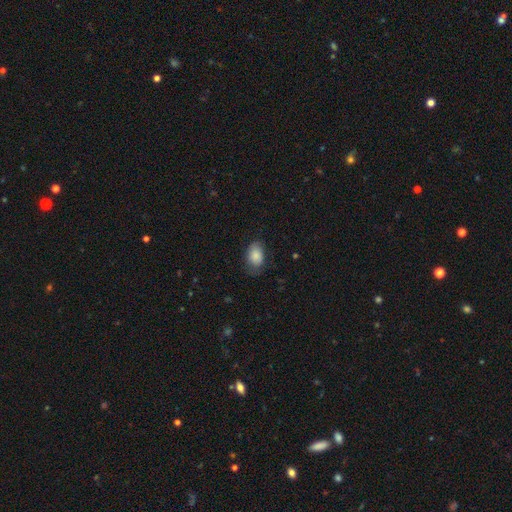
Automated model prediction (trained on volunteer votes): The model was most divided on "merging": none: 64%, minor disturbance: 26%, major disturbance: 8%, merger: 1%. More confident: smooth or featured — smooth (83%); how rounded — in between (82%).